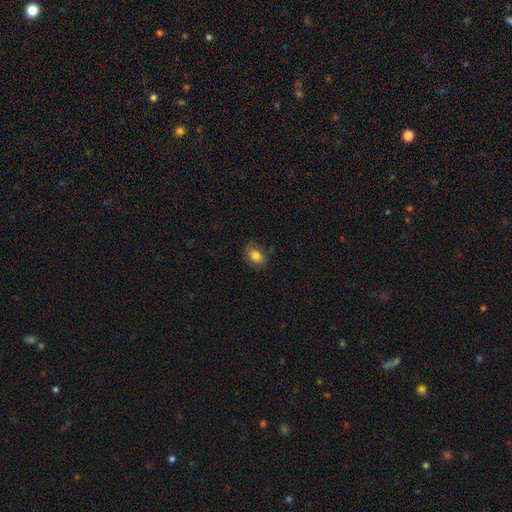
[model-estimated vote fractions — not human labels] Smooth or featured? Predicted: smooth (p=0.83). How rounded? Predicted: in between (p=0.75). Merging? Predicted: none (p=0.79).